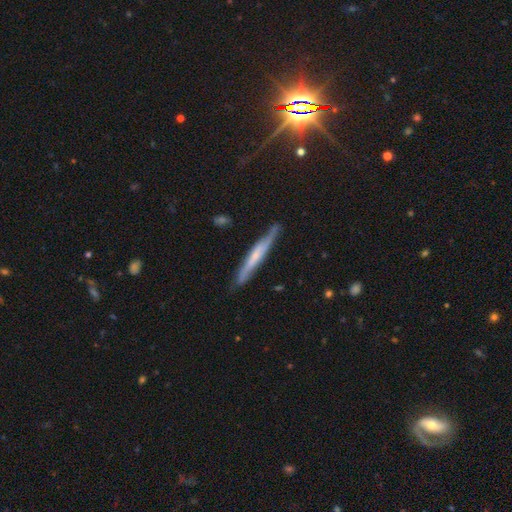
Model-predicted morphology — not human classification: Smooth or featured? featured or disk (56%)
Edge-on disk? yes (86%)
Merging? none (79%)